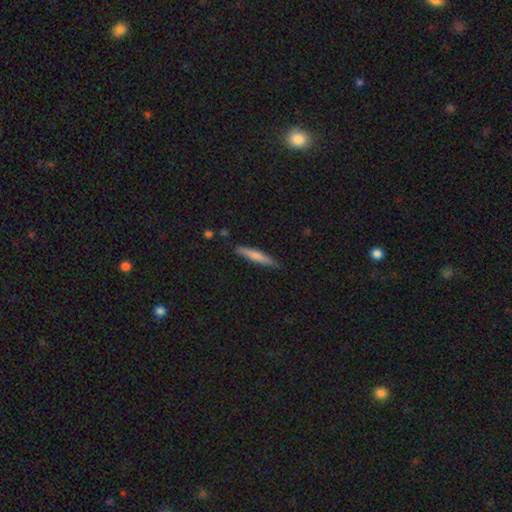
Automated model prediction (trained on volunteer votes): smooth 69%, featured or disk 25%, star or artifact 5%. Down the decision tree: how rounded — cigar-shaped (93%); merging — none (87%).